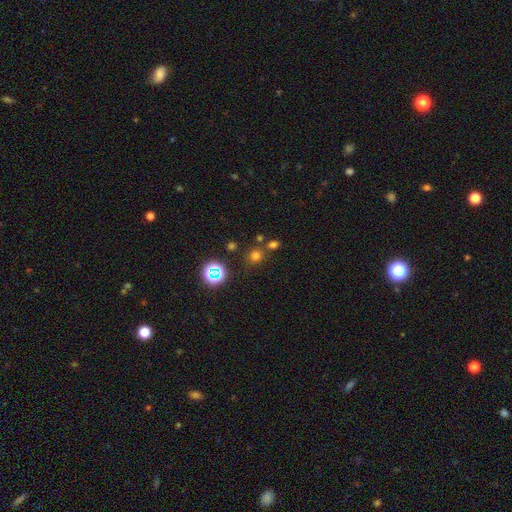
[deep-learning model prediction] Morphology: type=smooth (65%); roundness=round (88%); merging=none (73%).